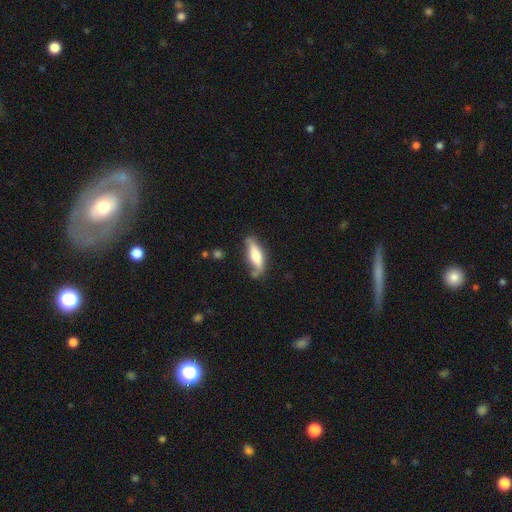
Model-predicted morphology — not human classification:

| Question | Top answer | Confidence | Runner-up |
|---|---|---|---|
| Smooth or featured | smooth | 60% | featured or disk (34%) |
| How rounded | cigar-shaped | 51% | in between (47%) |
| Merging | none | 65% | minor disturbance (24%) |